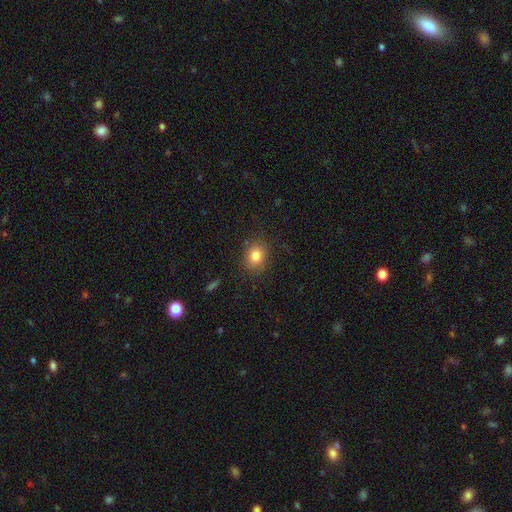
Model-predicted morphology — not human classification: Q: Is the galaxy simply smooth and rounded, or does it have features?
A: smooth — 82%.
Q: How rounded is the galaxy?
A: round — 56%.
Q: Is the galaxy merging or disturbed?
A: none — 83%.